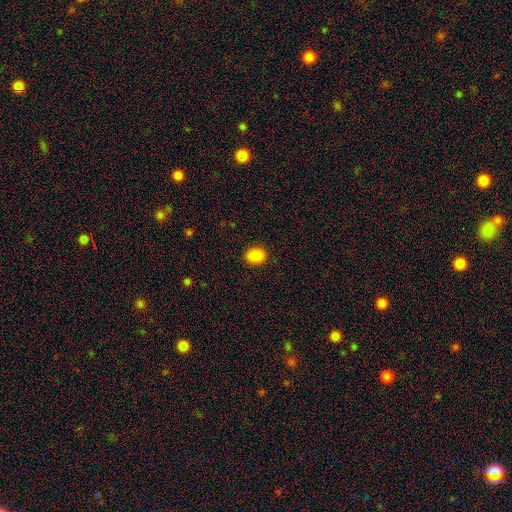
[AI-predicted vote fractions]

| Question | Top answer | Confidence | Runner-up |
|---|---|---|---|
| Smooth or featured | smooth | 88% | star or artifact (9%) |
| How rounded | in between | 50% | round (49%) |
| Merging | none | 90% | minor disturbance (7%) |